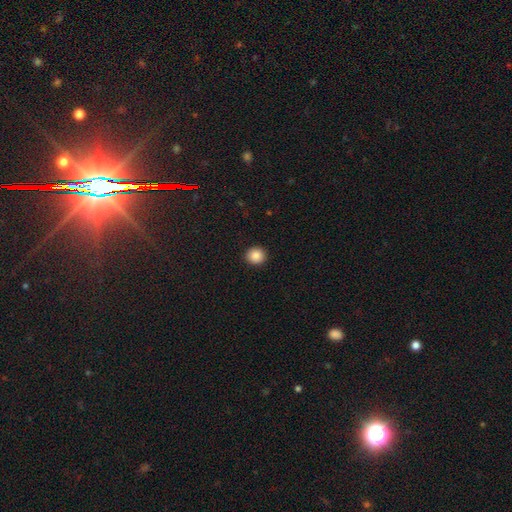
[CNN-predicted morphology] Q: Smooth or featured?
A: smooth (86%); runner-up: star or artifact (9%)
Q: How rounded?
A: round (90%); runner-up: in between (9%)
Q: Merging?
A: none (93%); runner-up: minor disturbance (5%)